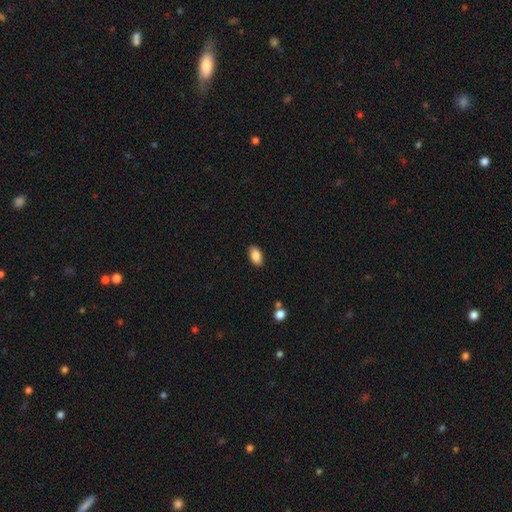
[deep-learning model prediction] Smooth or featured: smooth — 87% (star or artifact — 7%)
How rounded: in between — 93% (round — 5%)
Merging: none — 89% (minor disturbance — 8%)